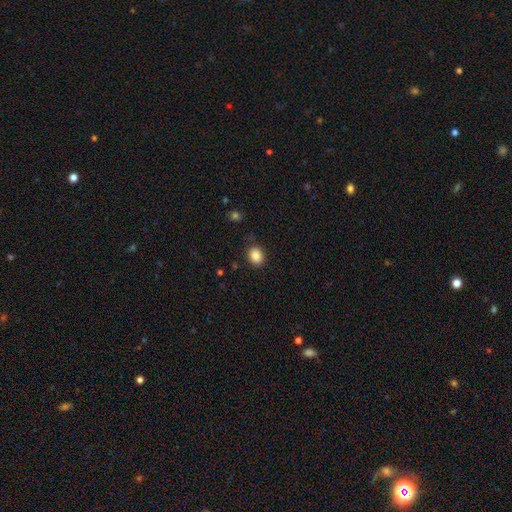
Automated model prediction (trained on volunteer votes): smooth 87%, star or artifact 9%, featured or disk 4%. Down the decision tree: how rounded — round (58%); merging — none (84%).